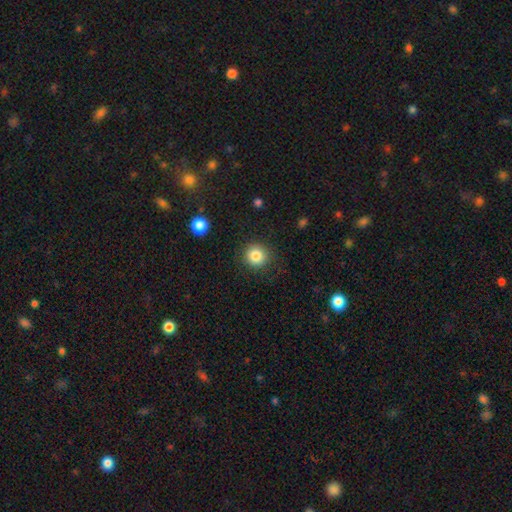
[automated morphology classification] Q: Smooth or featured?
A: smooth (84%); runner-up: star or artifact (10%)
Q: How rounded?
A: round (93%); runner-up: in between (6%)
Q: Merging?
A: none (89%); runner-up: minor disturbance (7%)